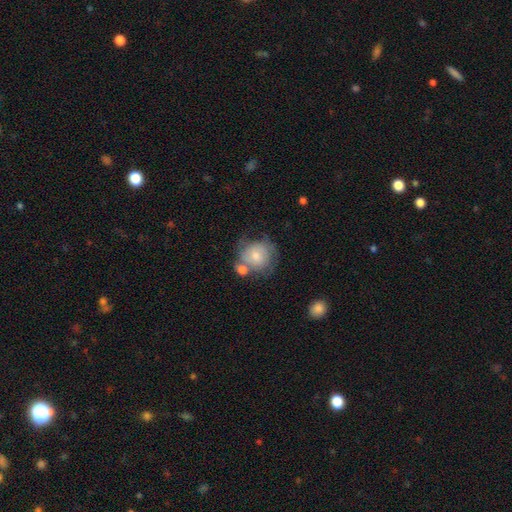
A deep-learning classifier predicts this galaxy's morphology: This appears to be a smooth galaxy with no disk features (62%) that is round (82%). Merging: none (44%).